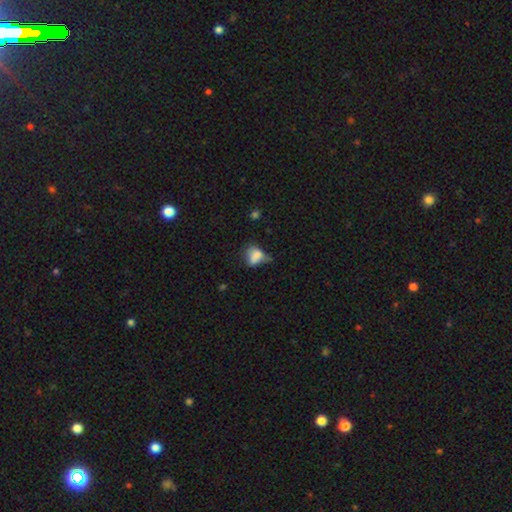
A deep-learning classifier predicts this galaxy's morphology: Overall: smooth (70%). How rounded: in between (73%). Merging: minor disturbance (33%; major disturbance 29%).